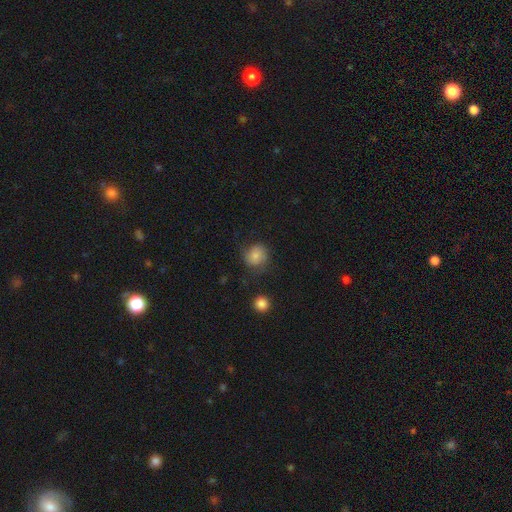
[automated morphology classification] smooth-or-featured: smooth: 76% | featured or disk: 14% | star or artifact: 10%
  how-rounded: round: 81% | in between: 18% | cigar-shaped: 1%
  merging: none: 63% | minor disturbance: 23% | major disturbance: 11% | merger: 2%